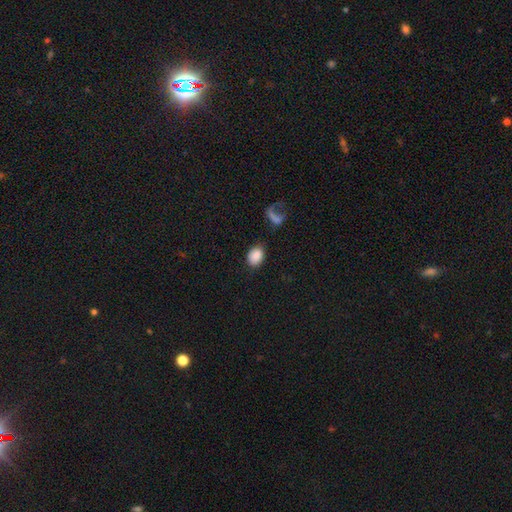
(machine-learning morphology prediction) This appears to be a smooth galaxy with no disk features (86%) that is in between round and cigar-shaped (72%). Merging: none (74%).